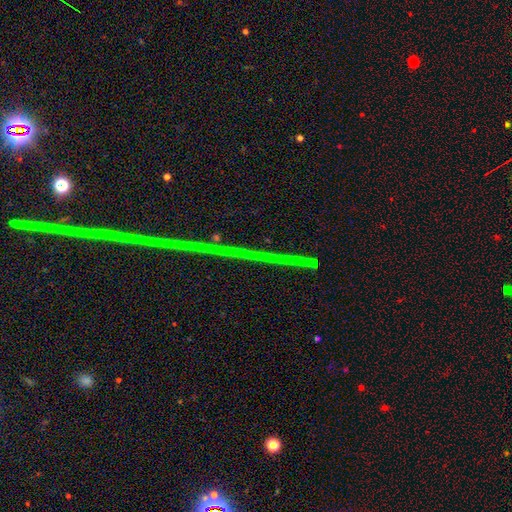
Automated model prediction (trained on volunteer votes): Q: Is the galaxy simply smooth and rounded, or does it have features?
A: star or artifact — 86%.